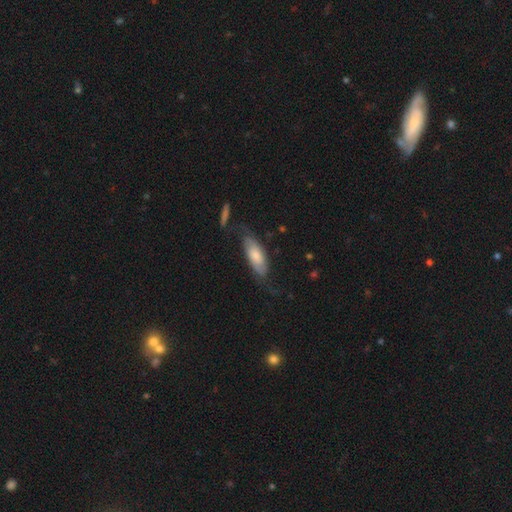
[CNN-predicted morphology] smooth_or_featured: smooth (p=0.57) [alt: featured or disk p=0.37]
how_rounded: in between (p=0.71) [alt: cigar-shaped p=0.27]
merging: none (p=0.54) [alt: minor disturbance p=0.27]